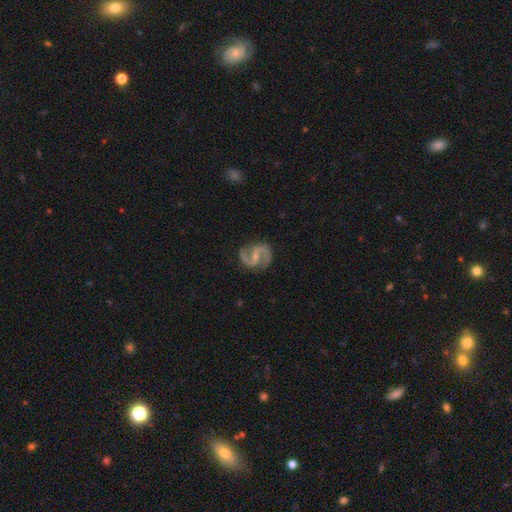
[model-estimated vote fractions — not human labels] Smooth or featured?
  - featured or disk: 90% *
  - smooth: 5%
  - star or artifact: 4%
Edge-on disk?
  - no: 98% *
  - yes: 2%
Bar?
  - weak: 47% *
  - strong: 29%
  - no: 24%
Spiral arms?
  - yes: 97% *
  - no: 3%
Spiral winding?
  - medium: 60% *
  - loose: 25%
  - tight: 15%
Spiral arm count?
  - 2: 94% *
  - can't tell: 2%
  - 1: 1%
  - 3: 1%
  - 4: 1%
  - more than 4: 1%
Bulge size?
  - small: 59% *
  - moderate: 31%
  - none: 8%
  - large: 1%
  - dominant: 1%
Merging?
  - none: 83% *
  - minor disturbance: 12%
  - major disturbance: 4%
  - merger: 1%